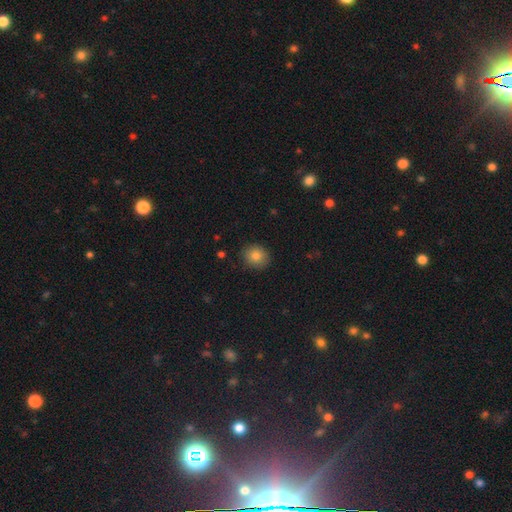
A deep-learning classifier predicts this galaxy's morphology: A smooth galaxy with no disk features (83%) that is round (78%).

Vote fractions:
- Smooth or featured? smooth: 83% / star or artifact: 10% / featured or disk: 7%
- How rounded? round: 78% / in between: 21% / cigar-shaped: 1%
- Merging? none: 89% / minor disturbance: 8% / major disturbance: 2% / merger: 1%